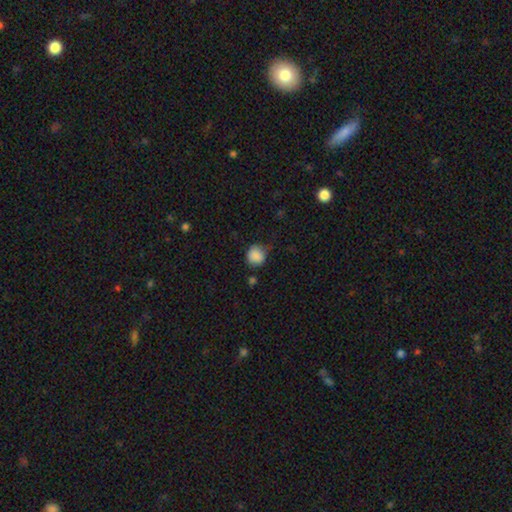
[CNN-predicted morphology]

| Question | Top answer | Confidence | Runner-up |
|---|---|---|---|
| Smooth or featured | smooth | 87% | star or artifact (9%) |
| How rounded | round | 84% | in between (15%) |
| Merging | none | 66% | minor disturbance (26%) |